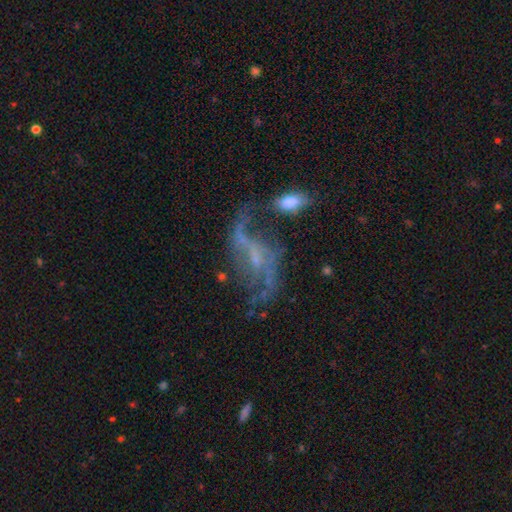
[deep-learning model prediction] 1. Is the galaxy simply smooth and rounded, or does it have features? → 81% featured or disk, 10% star or artifact, 9% smooth.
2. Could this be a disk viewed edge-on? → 94% no, 6% yes.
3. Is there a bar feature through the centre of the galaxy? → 45% weak, 37% no, 17% strong.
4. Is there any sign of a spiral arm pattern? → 86% yes, 14% no.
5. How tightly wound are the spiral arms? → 74% loose, 21% medium, 6% tight.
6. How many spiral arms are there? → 82% 2, 7% can't tell, 5% 1, 3% 3, 2% 4, 2% more than 4.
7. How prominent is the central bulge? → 57% small, 23% none, 17% moderate, 2% large, 1% dominant.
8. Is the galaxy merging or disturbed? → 42% none, 23% major disturbance, 18% merger, 17% minor disturbance.